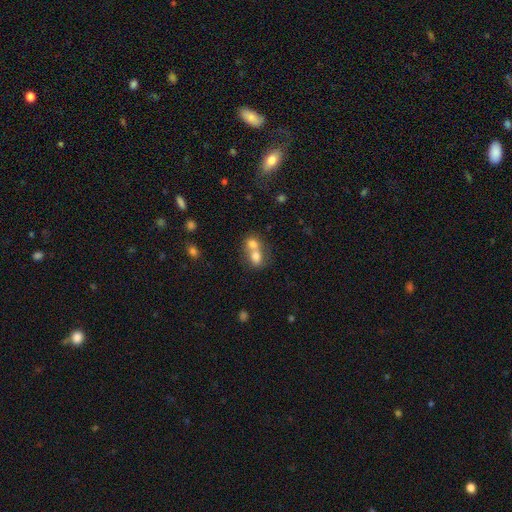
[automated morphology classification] Q: Smooth or featured?
A: smooth (72%); runner-up: featured or disk (18%)
Q: How rounded?
A: in between (50%); runner-up: round (49%)
Q: Merging?
A: merger (73%); runner-up: none (19%)